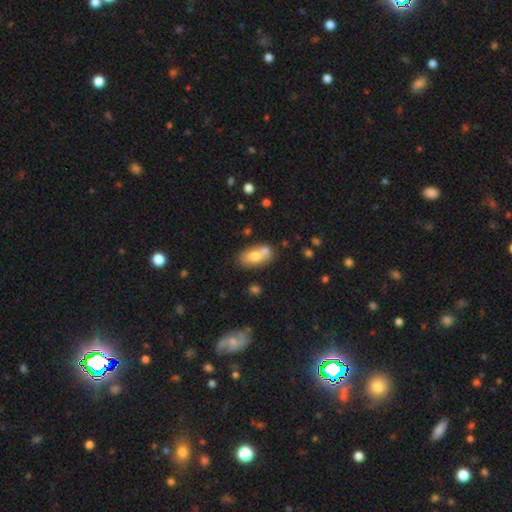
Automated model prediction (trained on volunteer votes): Smooth or featured: smooth — 68% (featured or disk — 24%)
How rounded: in between — 85% (round — 10%)
Merging: none — 43% (merger — 40%)